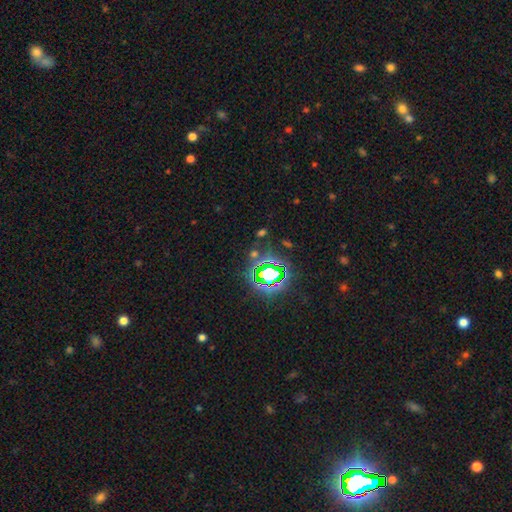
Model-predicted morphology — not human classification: smooth-or-featured: star or artifact: 77% | smooth: 14% | featured or disk: 9%